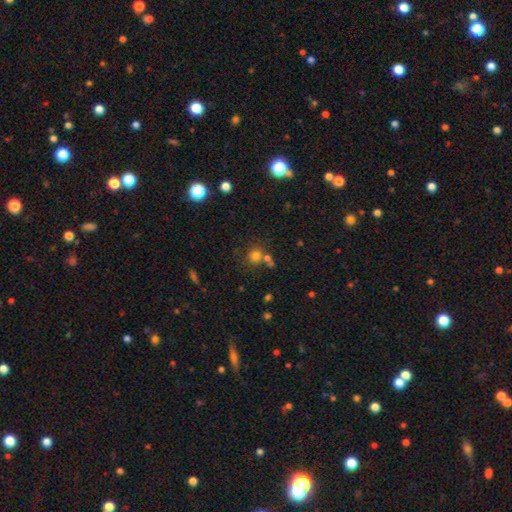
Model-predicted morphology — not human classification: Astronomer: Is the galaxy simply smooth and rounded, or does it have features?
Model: smooth — 74%.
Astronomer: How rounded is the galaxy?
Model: round — 82%.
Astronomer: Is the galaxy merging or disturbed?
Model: none — 61%.